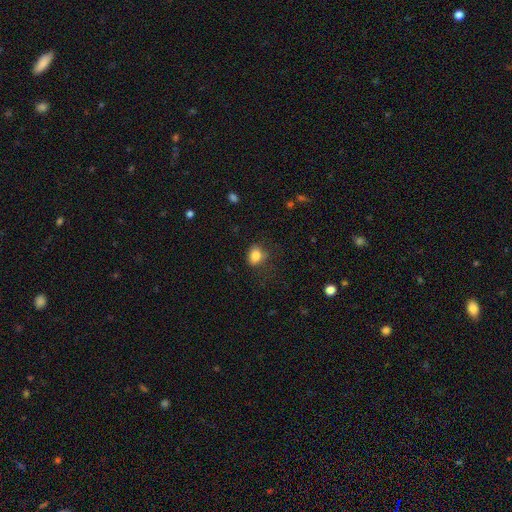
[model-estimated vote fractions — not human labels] This is clearly a smooth galaxy (83%). How rounded: possibly in between (56%). Merging: likely none (66%).